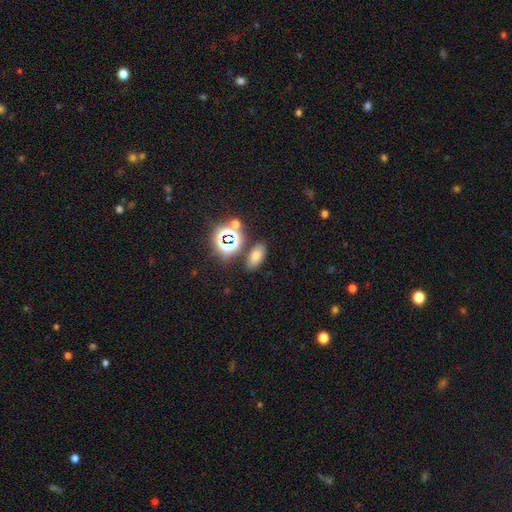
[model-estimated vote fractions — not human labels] A smooth galaxy with no disk features (64%) that is in between round and cigar-shaped (84%).

Vote fractions:
- Smooth or featured? smooth: 64% / star or artifact: 25% / featured or disk: 11%
- How rounded? in between: 84% / round: 11% / cigar-shaped: 5%
- Merging? none: 82% / minor disturbance: 9% / merger: 6% / major disturbance: 3%